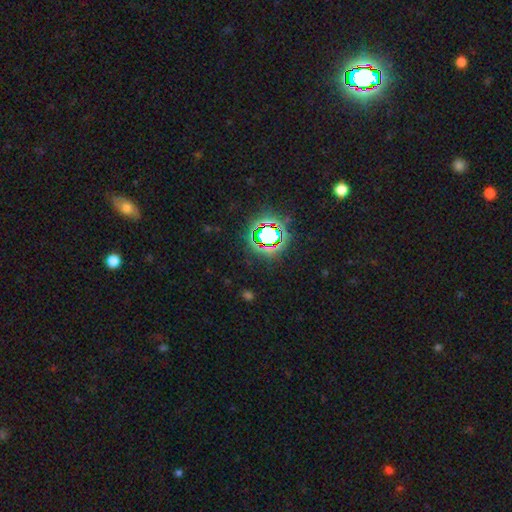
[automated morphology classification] This is likely a star or artifact rather than a galaxy (78%).